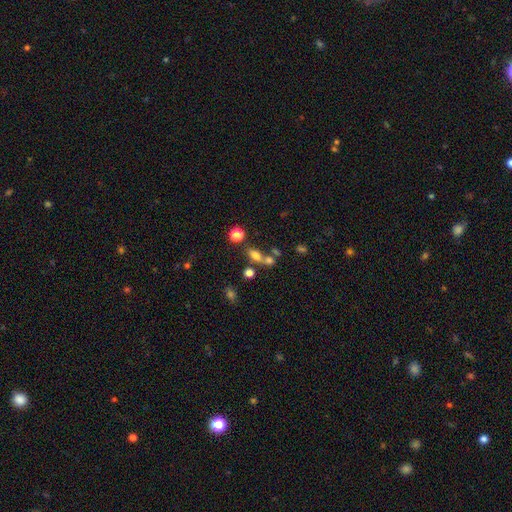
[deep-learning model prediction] This appears to be a smooth galaxy with no disk features (69%) that is in between round and cigar-shaped (69%). Merging: none (45%).